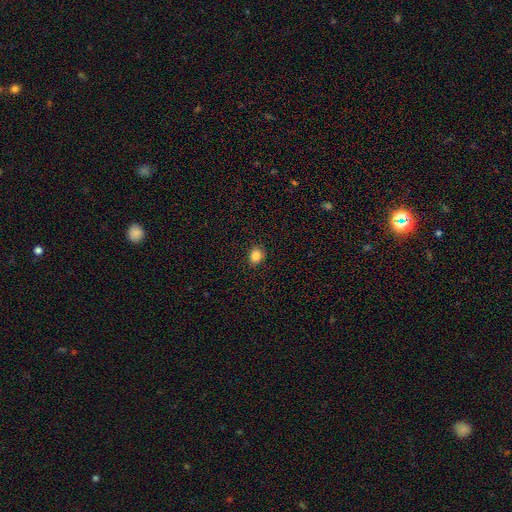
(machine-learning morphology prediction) The model was most divided on "how rounded": round: 56%, in between: 43%, cigar-shaped: 1%. More confident: merging — none (89%); smooth or featured — smooth (85%).